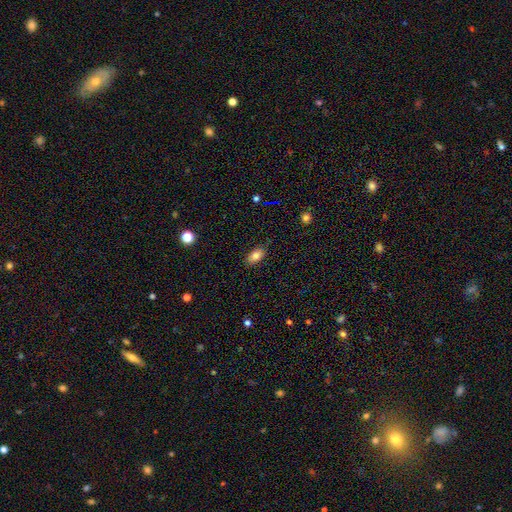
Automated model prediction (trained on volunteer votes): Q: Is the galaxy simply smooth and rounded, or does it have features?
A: smooth — 80%.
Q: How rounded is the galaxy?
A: in between — 90%.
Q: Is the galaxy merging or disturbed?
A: none — 83%.